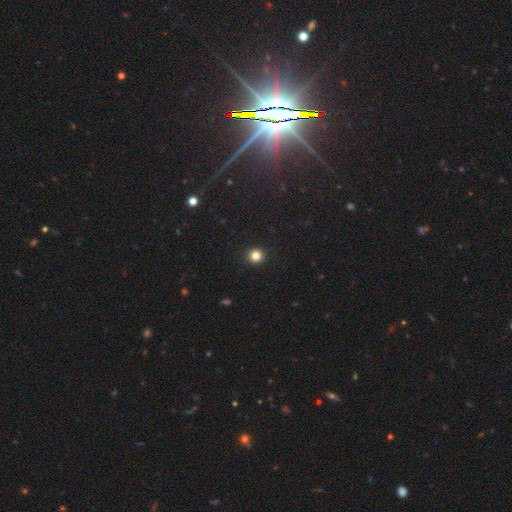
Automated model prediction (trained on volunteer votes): Smooth or featured? smooth (83%)
How rounded? round (93%)
Merging? none (93%)